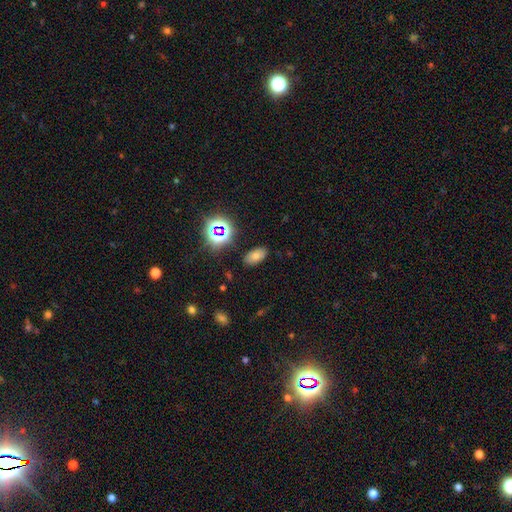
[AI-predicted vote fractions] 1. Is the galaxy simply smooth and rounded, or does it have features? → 59% smooth, 30% star or artifact, 11% featured or disk.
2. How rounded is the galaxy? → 87% in between, 10% round, 3% cigar-shaped.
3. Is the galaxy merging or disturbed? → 86% none, 9% minor disturbance, 3% major disturbance, 2% merger.